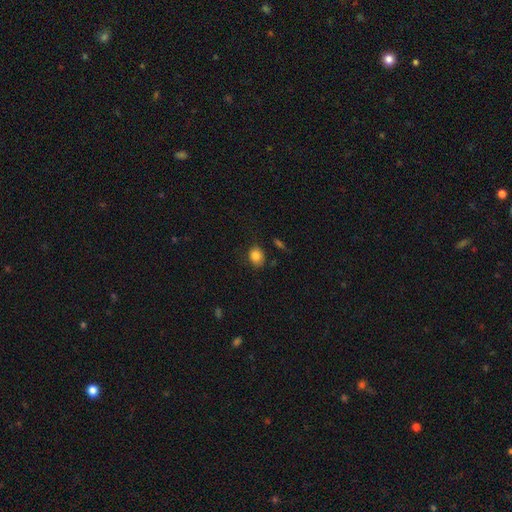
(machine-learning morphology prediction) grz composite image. It shows a smooth galaxy with no disk features (84%) that is round (58%). Merging: none (78%).